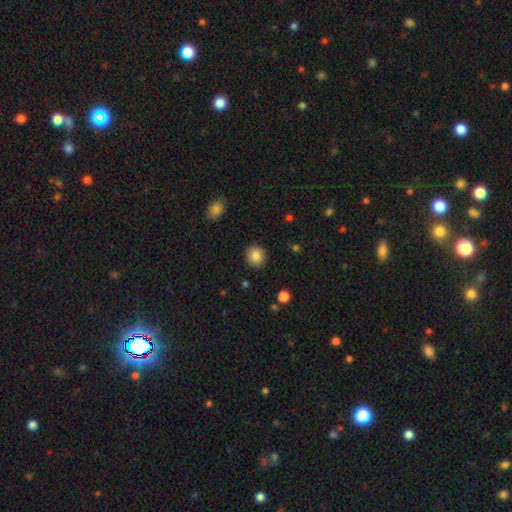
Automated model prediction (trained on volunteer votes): Smooth or featured? Predicted: smooth (p=0.86). How rounded? Predicted: round (p=0.87). Merging? Predicted: none (p=0.91).